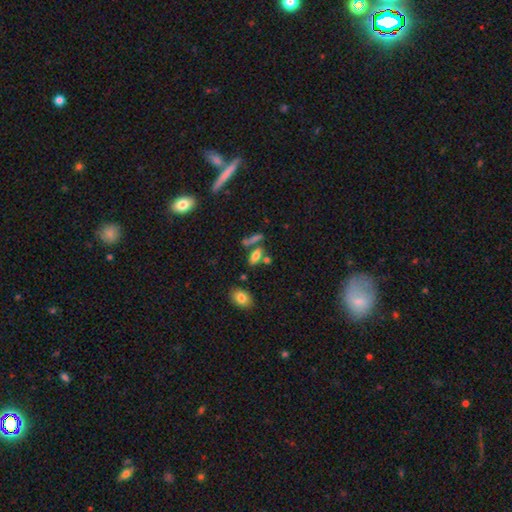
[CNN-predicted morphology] smooth_or_featured: smooth (p=0.67) [alt: featured or disk p=0.21]
how_rounded: in between (p=0.64) [alt: cigar-shaped p=0.30]
merging: none (p=0.58) [alt: merger p=0.24]